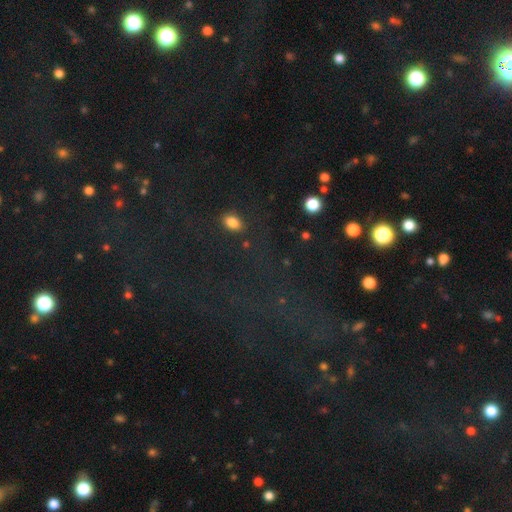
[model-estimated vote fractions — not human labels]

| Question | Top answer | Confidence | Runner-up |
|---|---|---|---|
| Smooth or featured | star or artifact | 67% | smooth (21%) |